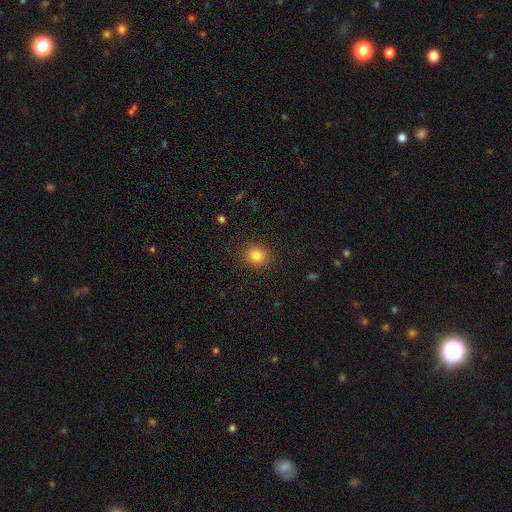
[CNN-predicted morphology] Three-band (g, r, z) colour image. It shows a smooth galaxy with no disk features (83%) that is round (84%). Merging: none (89%).